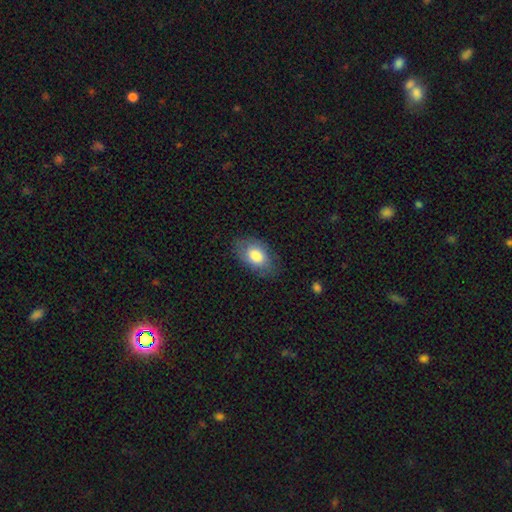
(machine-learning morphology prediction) Smooth or featured?
  - smooth: 79% *
  - featured or disk: 15%
  - star or artifact: 7%
How rounded?
  - in between: 90% *
  - round: 9%
  - cigar-shaped: 1%
Merging?
  - none: 73% *
  - minor disturbance: 19%
  - major disturbance: 6%
  - merger: 1%